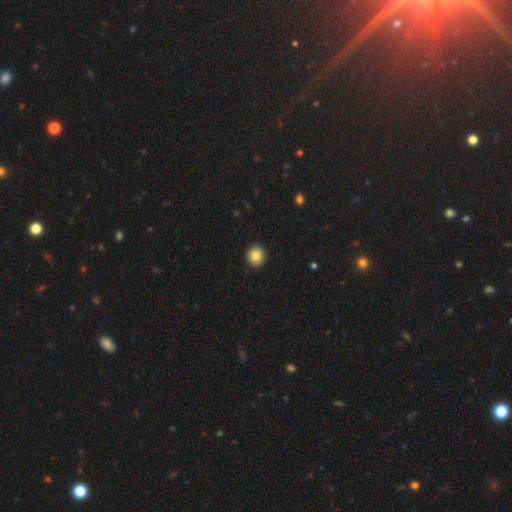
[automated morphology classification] type=smooth (84%); roundness=round (87%); merging=none (92%).